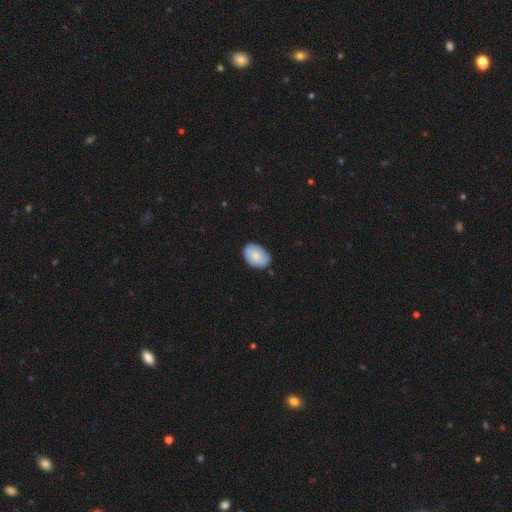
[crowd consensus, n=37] smooth_or_featured: smooth (p=0.84) [alt: featured or disk p=0.16]
how_rounded: in between (p=0.97) [alt: round p=0.03]
merging: none (p=0.81) [alt: minor disturbance p=0.16]